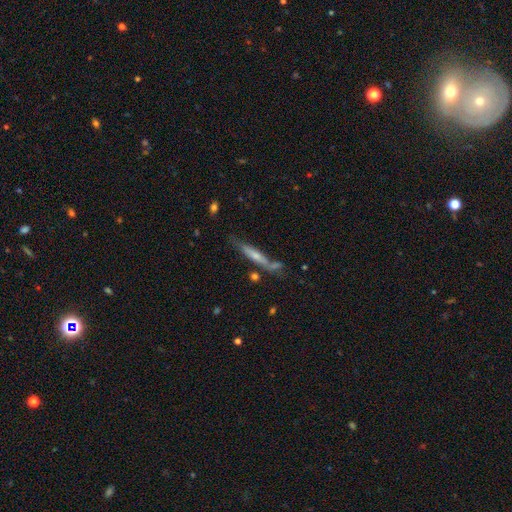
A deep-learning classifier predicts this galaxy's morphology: Smooth or featured?
  - featured or disk: 51% *
  - smooth: 43%
  - star or artifact: 7%
Edge-on disk?
  - yes: 89% *
  - no: 11%
Merging?
  - none: 62% *
  - minor disturbance: 19%
  - merger: 13%
  - major disturbance: 6%